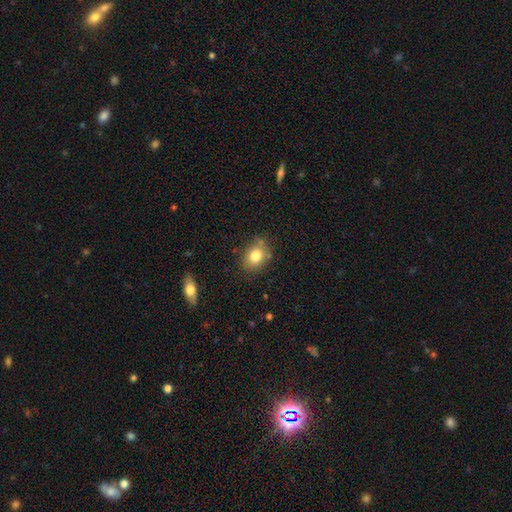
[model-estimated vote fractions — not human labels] This is likely a smooth galaxy (79%). How rounded: possibly in between (56%). Merging: likely none (74%).